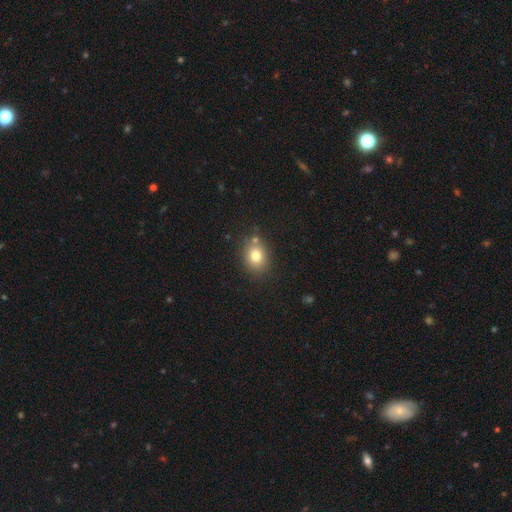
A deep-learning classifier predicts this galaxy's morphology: type=smooth (79%); roundness=round (51%); merging=none (75%).